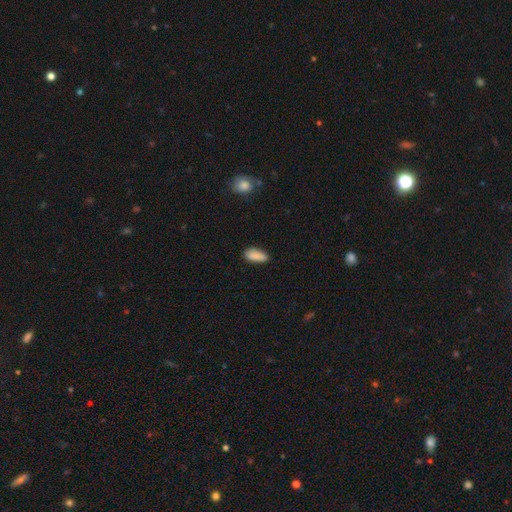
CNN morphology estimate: Smooth or featured? Predicted: smooth (p=0.88). How rounded? Predicted: in between (p=0.81). Merging? Predicted: none (p=0.79).